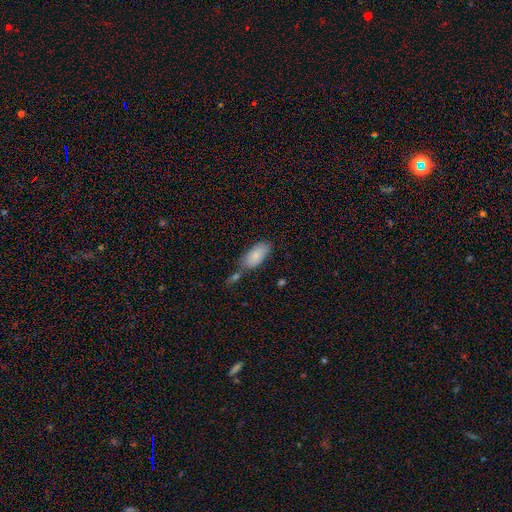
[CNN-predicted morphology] Smooth or featured? Predicted: smooth (p=0.83). How rounded? Predicted: in between (p=0.91). Merging? Predicted: none (p=0.56).